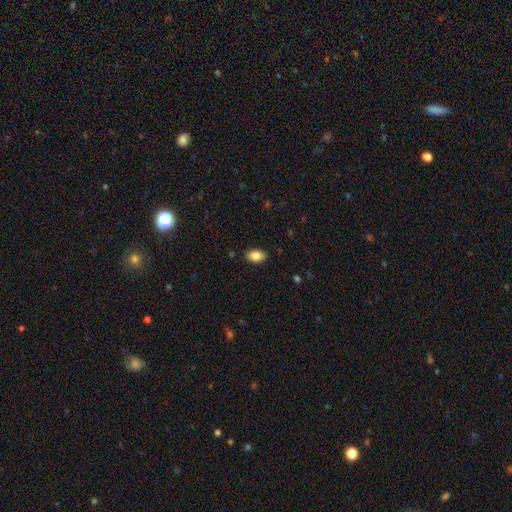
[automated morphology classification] smooth_or_featured: smooth (p=0.86) [alt: star or artifact p=0.08]
how_rounded: in between (p=0.90) [alt: round p=0.08]
merging: none (p=0.87) [alt: minor disturbance p=0.09]